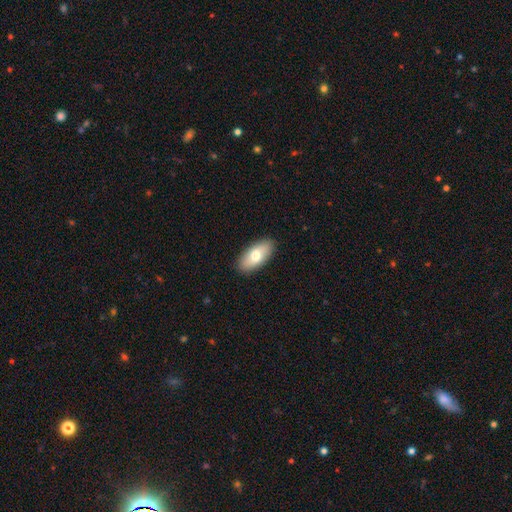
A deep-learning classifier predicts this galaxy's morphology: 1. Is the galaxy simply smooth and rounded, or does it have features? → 72% smooth, 22% featured or disk, 6% star or artifact.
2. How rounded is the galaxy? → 90% in between, 7% cigar-shaped, 3% round.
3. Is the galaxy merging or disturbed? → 89% none, 8% minor disturbance, 2% major disturbance, 1% merger.